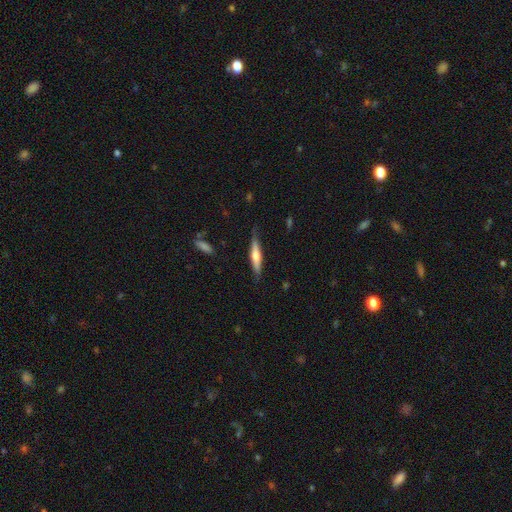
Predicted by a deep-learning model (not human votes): This is possibly a featured or disk galaxy (53%). It is clearly viewed edge-on (95%). Edge-on bulge: clearly rounded (80%). Merging: likely none (80%).